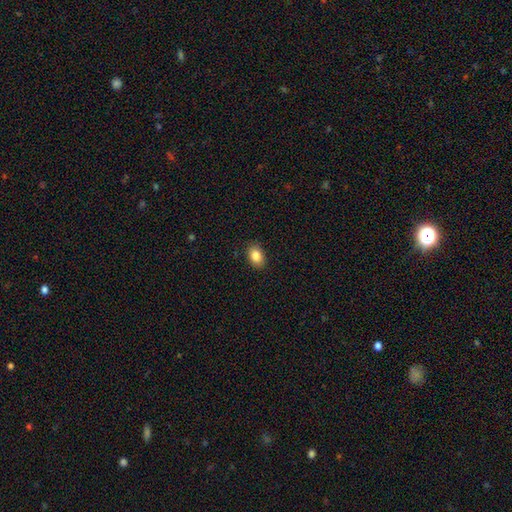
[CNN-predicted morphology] smooth-or-featured: smooth: 85% | star or artifact: 9% | featured or disk: 6%
  how-rounded: in between: 83% | round: 16% | cigar-shaped: 1%
  merging: none: 89% | minor disturbance: 8% | major disturbance: 2% | merger: 1%